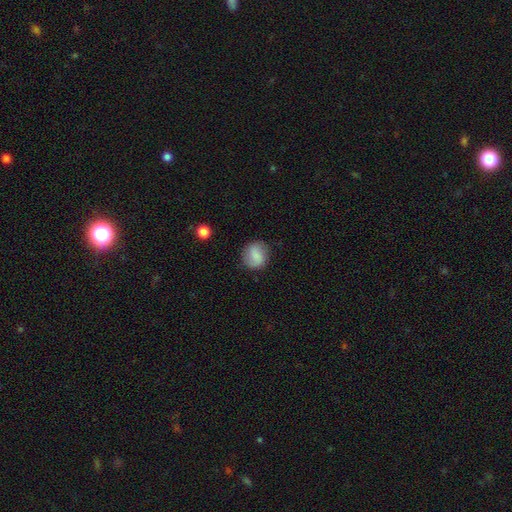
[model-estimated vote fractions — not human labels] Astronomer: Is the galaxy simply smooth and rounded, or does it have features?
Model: smooth — 70%.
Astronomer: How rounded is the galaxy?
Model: round — 71%.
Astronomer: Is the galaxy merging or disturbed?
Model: none — 78%.